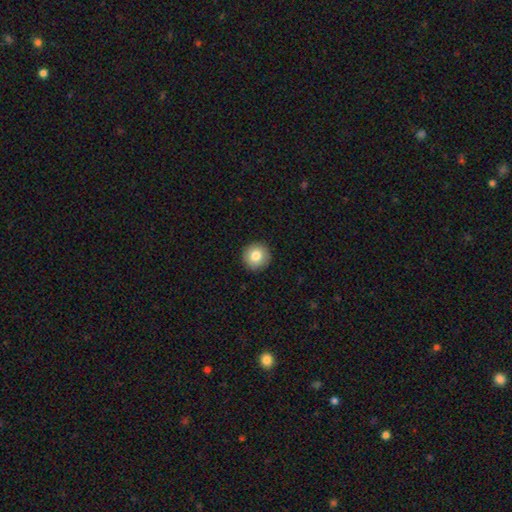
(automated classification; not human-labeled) Q: Smooth or featured?
A: smooth (82%); runner-up: featured or disk (9%)
Q: How rounded?
A: round (95%); runner-up: in between (4%)
Q: Merging?
A: none (92%); runner-up: minor disturbance (5%)